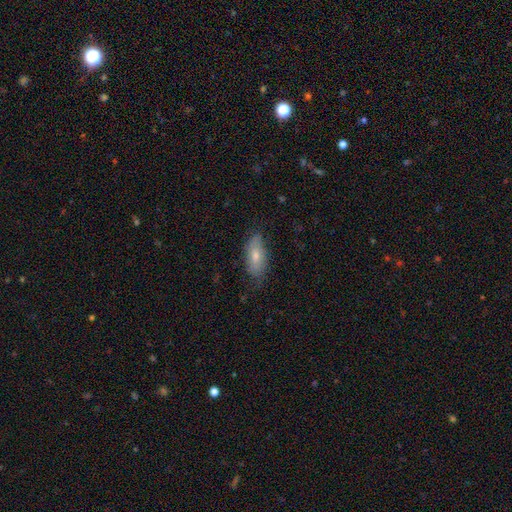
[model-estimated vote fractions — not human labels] Morphology: type=smooth (68%); roundness=in between (84%); merging=none (71%).